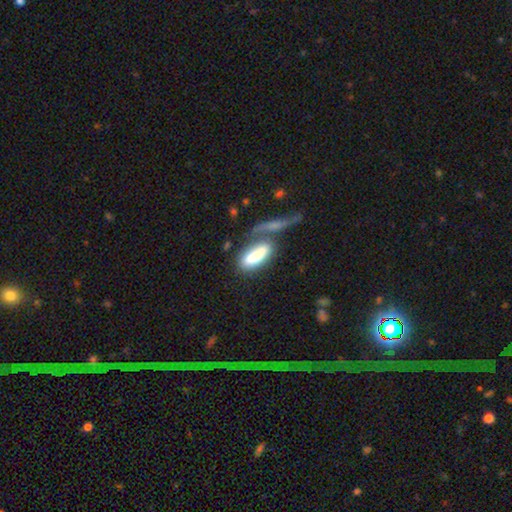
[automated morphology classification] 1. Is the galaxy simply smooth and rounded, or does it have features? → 77% smooth, 17% featured or disk, 7% star or artifact.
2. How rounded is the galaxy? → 76% in between, 21% cigar-shaped, 3% round.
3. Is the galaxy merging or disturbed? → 35% none, 34% merger, 16% minor disturbance, 15% major disturbance.